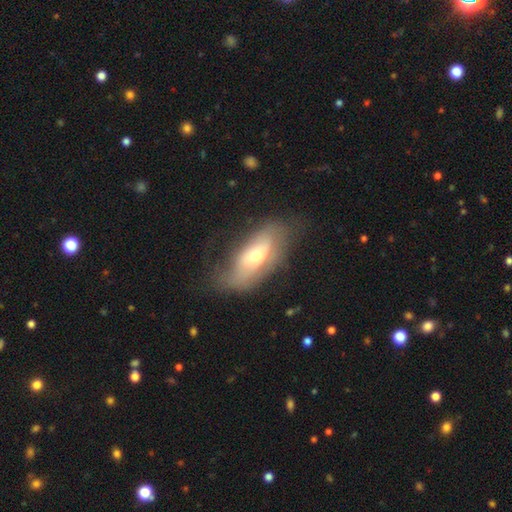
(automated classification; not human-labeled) This appears to be a smooth galaxy with no disk features (48%). Merging: none (52%).